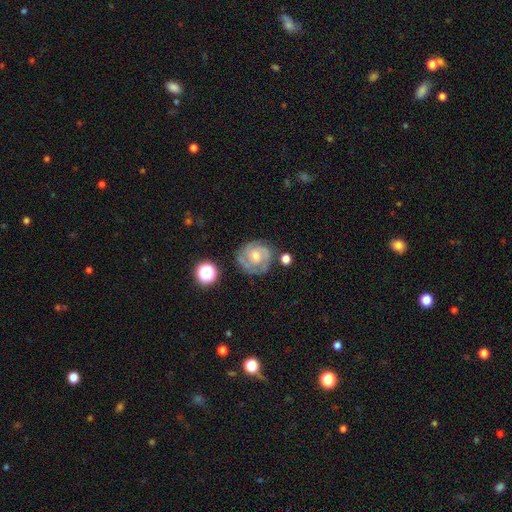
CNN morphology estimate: A featured or disk galaxy (79%) with no bar (64%), 2 (41%) tight (63%) spiral arms (94%) and a moderate central bulge (54%). Merging: none (75%).